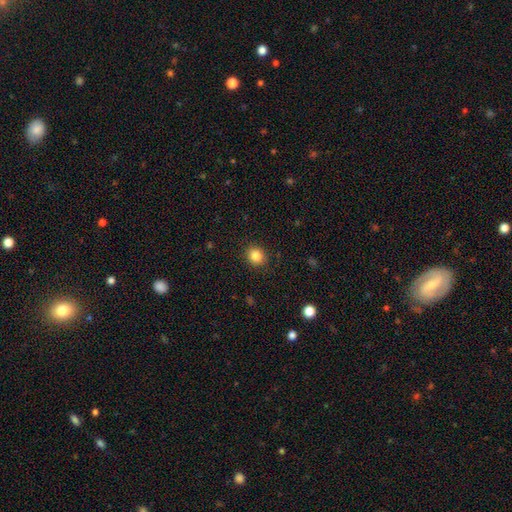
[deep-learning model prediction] Smooth or featured? Predicted: smooth (p=0.85). How rounded? Predicted: round (p=0.75). Merging? Predicted: none (p=0.90).